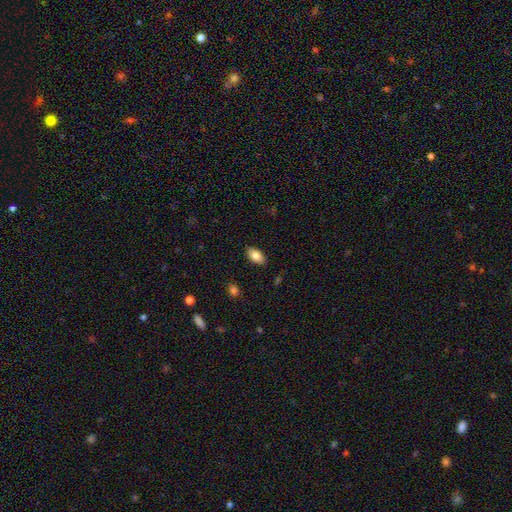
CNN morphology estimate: smooth_or_featured: smooth (p=0.82) [alt: featured or disk p=0.11]
how_rounded: in between (p=0.93) [alt: round p=0.04]
merging: none (p=0.87) [alt: minor disturbance p=0.10]